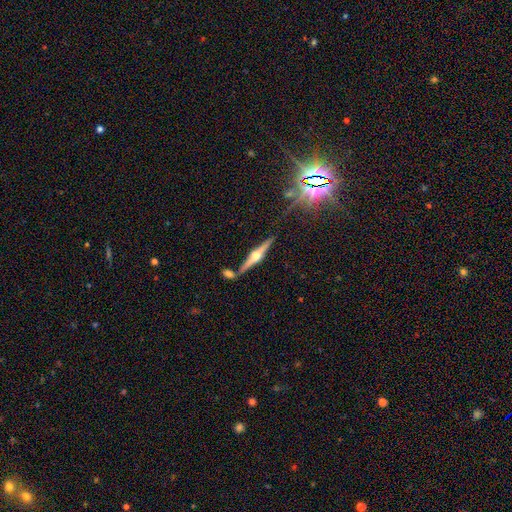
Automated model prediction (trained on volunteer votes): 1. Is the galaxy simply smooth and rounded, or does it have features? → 80% featured or disk, 13% smooth, 7% star or artifact.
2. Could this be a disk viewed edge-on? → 98% yes, 2% no.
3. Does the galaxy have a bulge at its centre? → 95% rounded, 3% boxy, 2% none.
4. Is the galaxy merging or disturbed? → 78% none, 10% merger, 9% minor disturbance, 2% major disturbance.